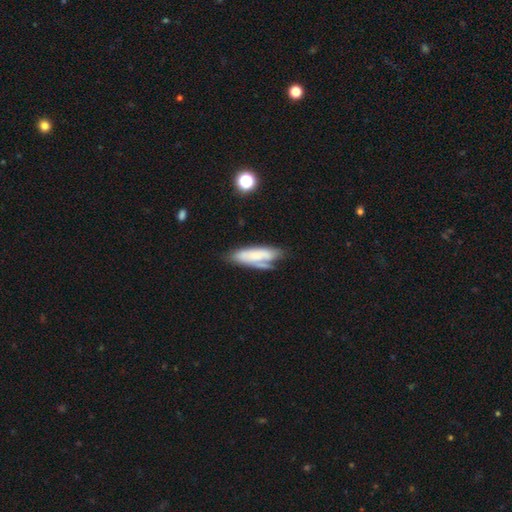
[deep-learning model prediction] Smooth or featured? smooth (61%)
How rounded? in between (49%, tied with cigar-shaped)
Merging? none (48%)